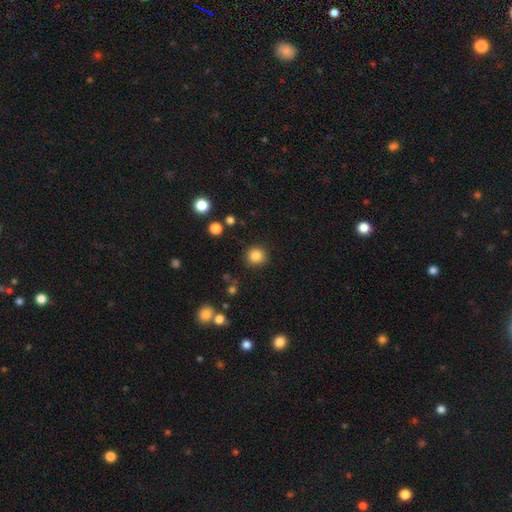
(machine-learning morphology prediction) Smooth or featured? Predicted: smooth (p=0.85). How rounded? Predicted: round (p=0.92). Merging? Predicted: none (p=0.88).